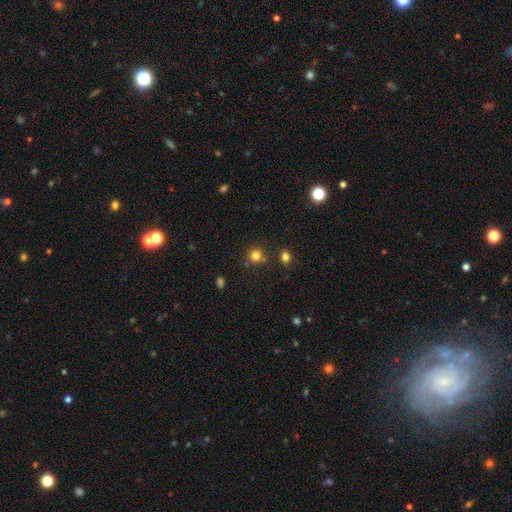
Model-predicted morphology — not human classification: Smooth or featured?
  - smooth: 79% *
  - star or artifact: 15%
  - featured or disk: 6%
How rounded?
  - round: 90% *
  - in between: 9%
  - cigar-shaped: 1%
Merging?
  - none: 75% *
  - merger: 12%
  - minor disturbance: 10%
  - major disturbance: 3%